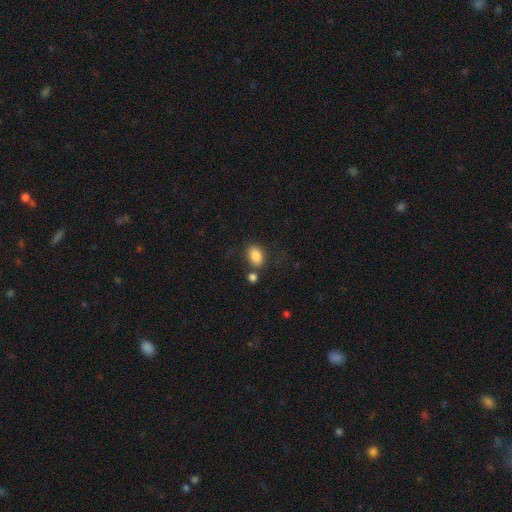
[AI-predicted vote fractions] Smooth or featured: smooth — 85% (star or artifact — 8%)
How rounded: in between — 79% (round — 20%)
Merging: none — 71% (minor disturbance — 13%)